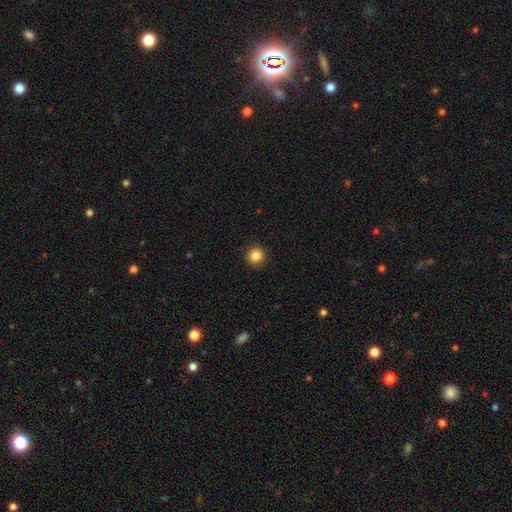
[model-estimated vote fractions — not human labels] Smooth or featured? Predicted: smooth (p=0.86). How rounded? Predicted: round (p=0.94). Merging? Predicted: none (p=0.93).